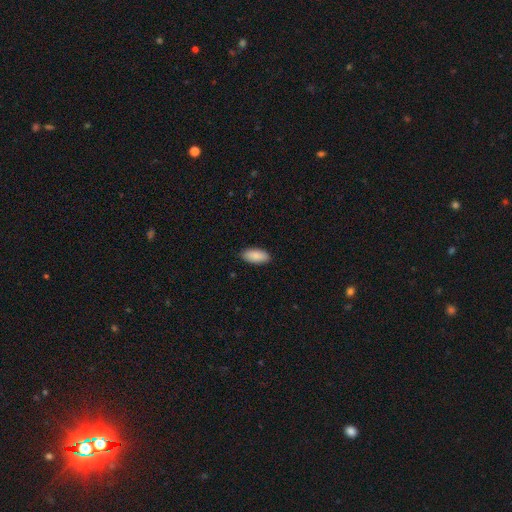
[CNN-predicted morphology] This is clearly a smooth galaxy (90%). How rounded: clearly in between (92%). Merging: clearly none (89%).